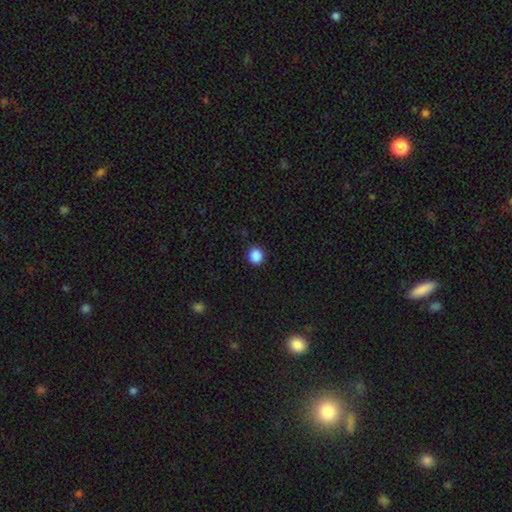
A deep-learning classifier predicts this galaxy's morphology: smooth 88%, star or artifact 10%, featured or disk 2%. Down the decision tree: how rounded — round (86%); merging — none (92%).